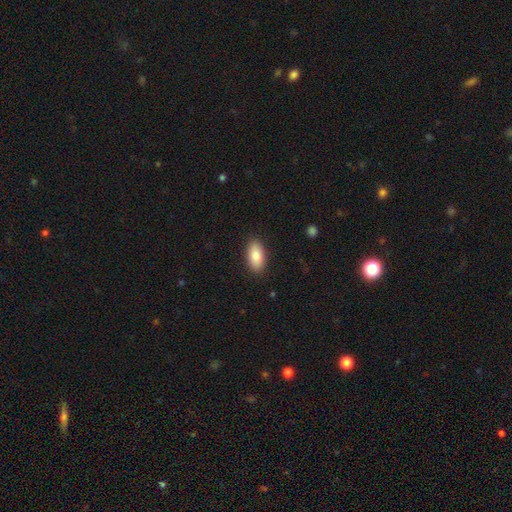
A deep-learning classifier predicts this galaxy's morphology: smooth_or_featured: smooth (p=0.84) [alt: featured or disk p=0.09]
how_rounded: in between (p=0.92) [alt: cigar-shaped p=0.05]
merging: none (p=0.88) [alt: minor disturbance p=0.09]